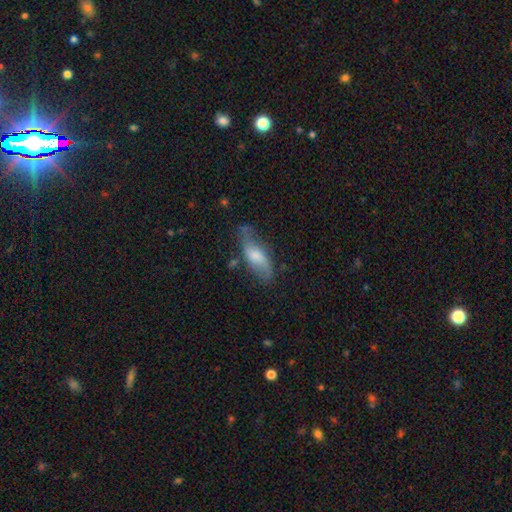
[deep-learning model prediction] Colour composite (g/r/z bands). It shows a featured or disk galaxy (49%). Merging: none (61%).